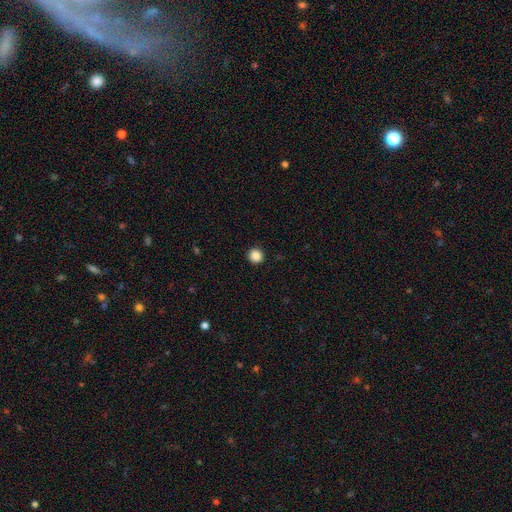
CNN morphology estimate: Smooth or featured? Predicted: smooth (p=0.88). How rounded? Predicted: round (p=0.94). Merging? Predicted: none (p=0.93).